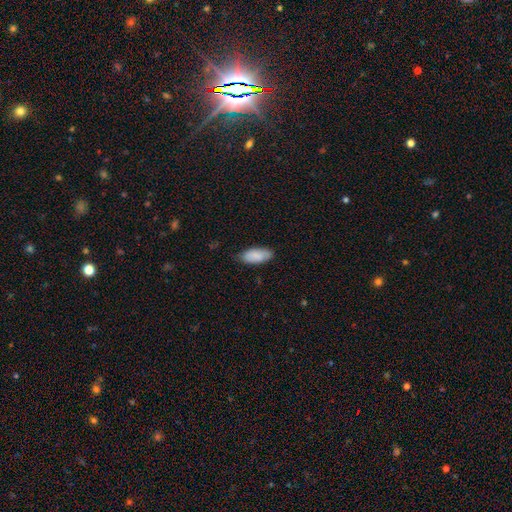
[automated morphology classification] smooth_or_featured: smooth (p=0.85) [alt: featured or disk p=0.09]
how_rounded: in between (p=0.89) [alt: cigar-shaped p=0.10]
merging: none (p=0.76) [alt: minor disturbance p=0.20]